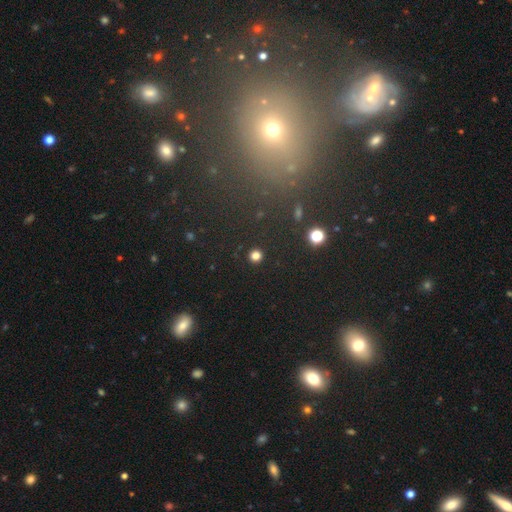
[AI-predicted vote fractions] The model was most divided on "smooth or featured": smooth: 80%, star or artifact: 16%, featured or disk: 4%. More confident: how rounded — round (92%); merging — none (92%).